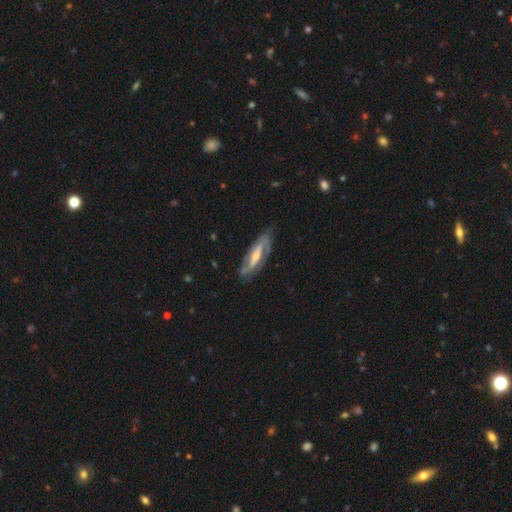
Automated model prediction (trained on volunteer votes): Smooth or featured? Predicted: featured or disk (p=0.77). Edge-on disk? Predicted: no (p=0.76). Bar? Predicted: weak (p=0.38). Spiral arms? Predicted: yes (p=0.89). Spiral winding? Predicted: medium (p=0.42). Spiral arm count? Predicted: 2 (p=0.78). Bulge size? Predicted: moderate (p=0.54). Merging? Predicted: none (p=0.79).